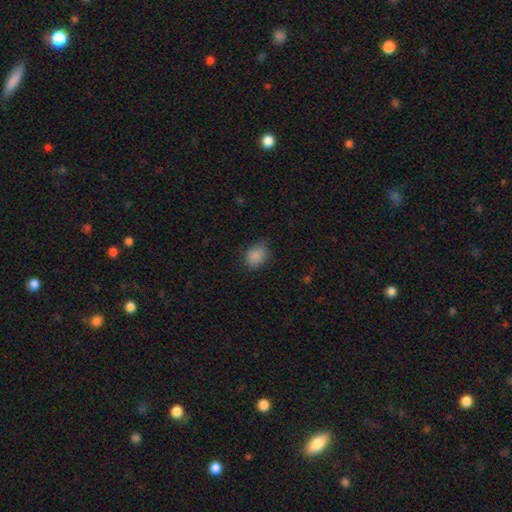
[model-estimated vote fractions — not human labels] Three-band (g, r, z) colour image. It shows a smooth galaxy with no disk features (87%) that is in between round and cigar-shaped (63%). Merging: none (75%).